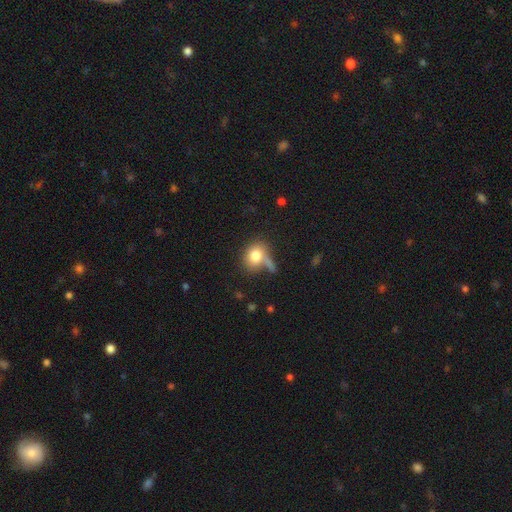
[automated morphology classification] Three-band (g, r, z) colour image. It shows a smooth galaxy with no disk features (78%) that is round (51%). Merging: none (49%).